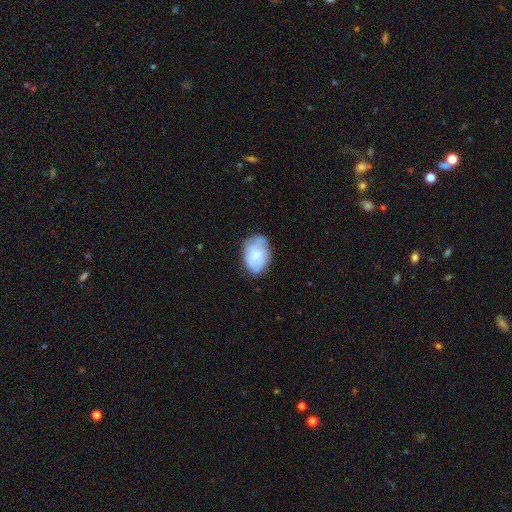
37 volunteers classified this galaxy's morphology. Volunteers were most divided on "merging": minor disturbance: 47%, none: 44%, major disturbance: 6%, merger: 3%. More confident: edge-on disk — no (95%); bar — no (68%); spiral winding — medium (64%); spiral arm count — 2 (64%); spiral arms — yes (58%); smooth or featured — featured or disk (54%); bulge size — small (53%).